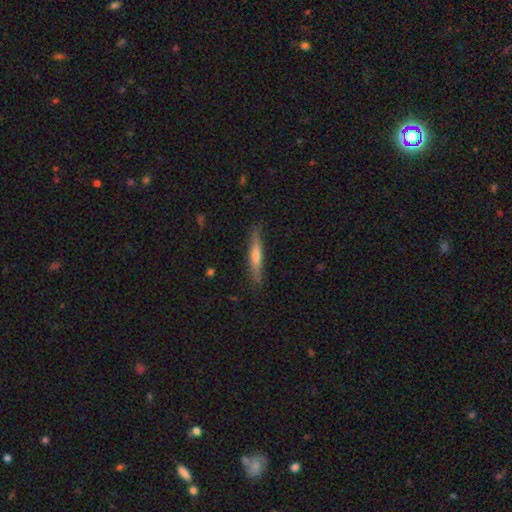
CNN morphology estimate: Smooth or featured?
  - smooth: 51% *
  - featured or disk: 43%
  - star or artifact: 6%
How rounded?
  - cigar-shaped: 91% *
  - in between: 8%
  - round: 2%
Merging?
  - none: 84% *
  - minor disturbance: 12%
  - major disturbance: 2%
  - merger: 1%